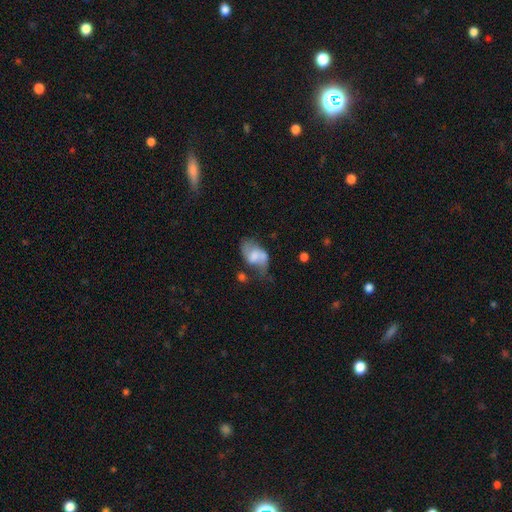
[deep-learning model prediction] smooth_or_featured: featured or disk (p=0.54) [alt: smooth p=0.37]
disk_edge_on: no (p=0.96) [alt: yes p=0.04]
bar: weak (p=0.43) [alt: no p=0.41]
has_spiral_arms: yes (p=0.73) [alt: no p=0.27]
bulge_size: moderate (p=0.32) [alt: none p=0.24]
merging: none (p=0.36) [alt: minor disturbance p=0.27]